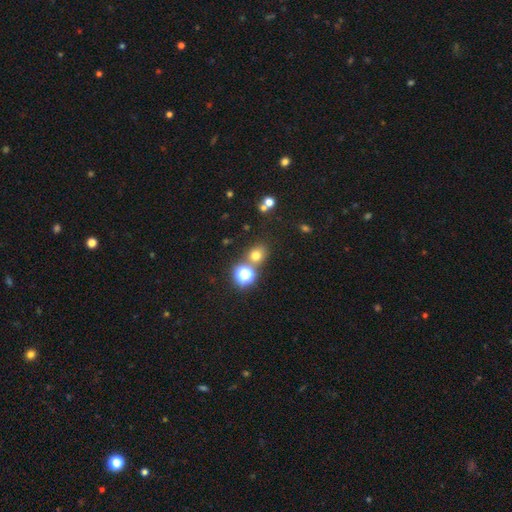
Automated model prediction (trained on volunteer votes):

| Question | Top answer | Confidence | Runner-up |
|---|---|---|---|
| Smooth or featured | smooth | 68% | star or artifact (25%) |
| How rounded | round | 71% | in between (28%) |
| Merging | none | 71% | merger (14%) |